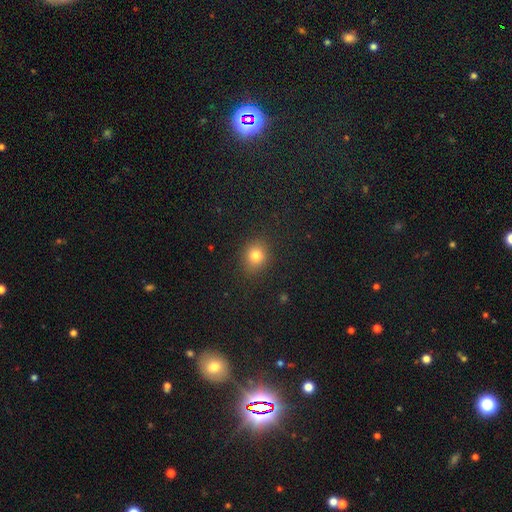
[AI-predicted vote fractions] Smooth or featured: smooth — 79% (star or artifact — 14%)
How rounded: round — 69% (in between — 30%)
Merging: none — 88% (minor disturbance — 8%)